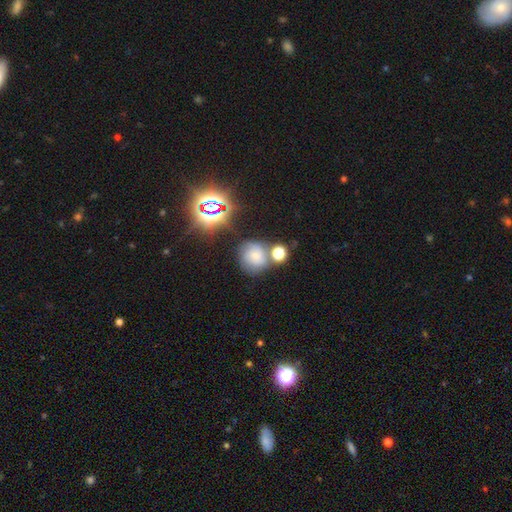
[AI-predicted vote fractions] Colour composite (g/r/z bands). It shows a smooth galaxy with no disk features (57%) that is round (84%). Merging: none (52%).